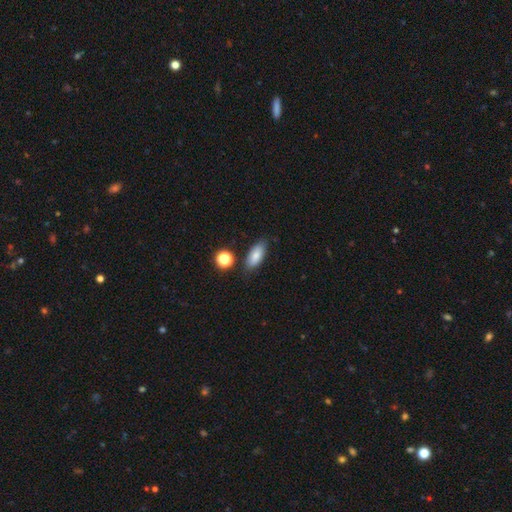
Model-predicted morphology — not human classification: The model was most divided on "merging": none: 79%, minor disturbance: 13%, merger: 4%, major disturbance: 3%. More confident: smooth or featured — smooth (82%); how rounded — in between (81%).